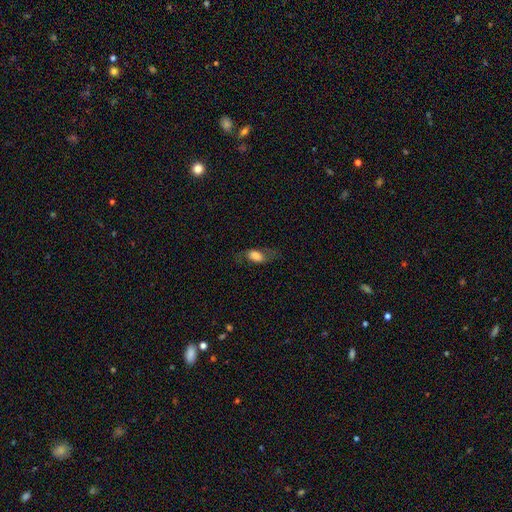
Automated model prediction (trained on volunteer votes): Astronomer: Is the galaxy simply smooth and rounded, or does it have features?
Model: smooth — 70%.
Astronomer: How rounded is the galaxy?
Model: in between — 85%.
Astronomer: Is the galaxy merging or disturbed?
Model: none — 57%.